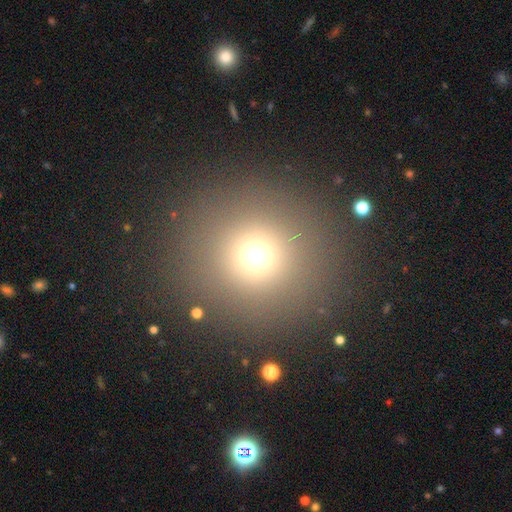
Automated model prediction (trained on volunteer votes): smooth 68%, star or artifact 24%, featured or disk 9%. Down the decision tree: how rounded — round (94%); merging — none (89%).